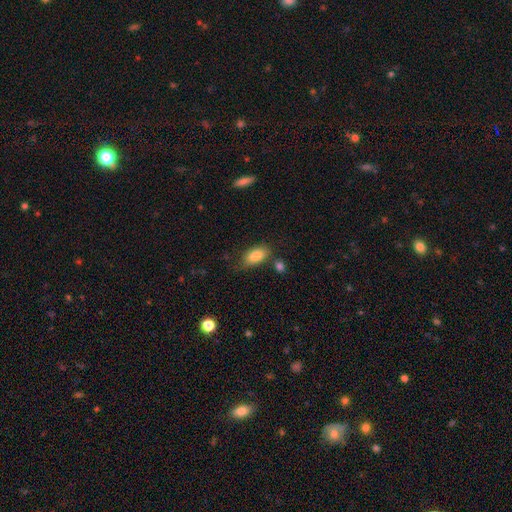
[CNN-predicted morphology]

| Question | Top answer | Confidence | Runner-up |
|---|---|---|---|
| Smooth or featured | smooth | 85% | featured or disk (7%) |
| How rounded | in between | 90% | cigar-shaped (5%) |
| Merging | none | 65% | minor disturbance (22%) |